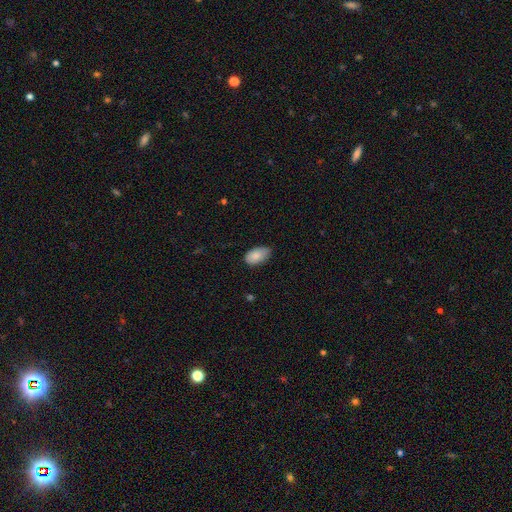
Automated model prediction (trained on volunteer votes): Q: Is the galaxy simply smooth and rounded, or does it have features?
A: smooth — 87%.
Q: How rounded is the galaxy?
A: in between — 94%.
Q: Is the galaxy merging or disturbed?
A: none — 73%.